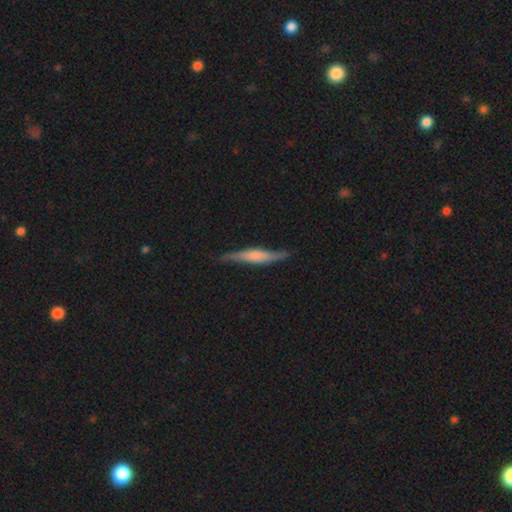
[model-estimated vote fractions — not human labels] A featured or disk galaxy (60%) viewed edge-on (91%) with a rounded central bulge (43%). Merging: none (80%).